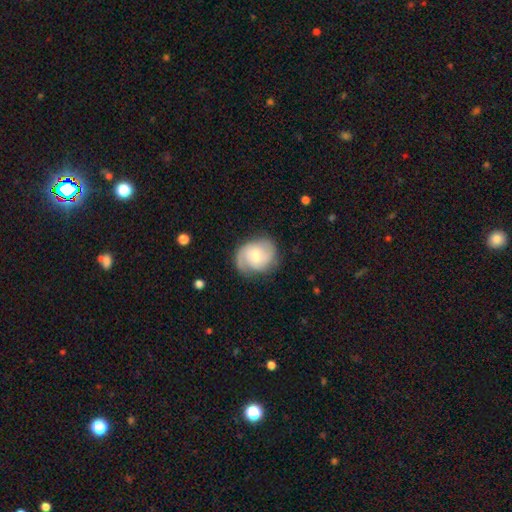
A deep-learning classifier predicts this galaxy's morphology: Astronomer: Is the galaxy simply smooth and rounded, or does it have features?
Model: featured or disk — 65%.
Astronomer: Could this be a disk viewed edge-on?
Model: no — 97%.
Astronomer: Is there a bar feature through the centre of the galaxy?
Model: no — 61%.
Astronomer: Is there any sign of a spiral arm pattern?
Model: yes — 91%.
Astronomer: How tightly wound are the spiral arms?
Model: medium — 42% (runner-up: tight, 41%).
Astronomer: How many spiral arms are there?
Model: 2 — 64%.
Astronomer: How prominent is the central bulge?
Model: moderate — 57% (runner-up: small, 34%).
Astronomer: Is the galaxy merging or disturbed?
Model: none — 70%.